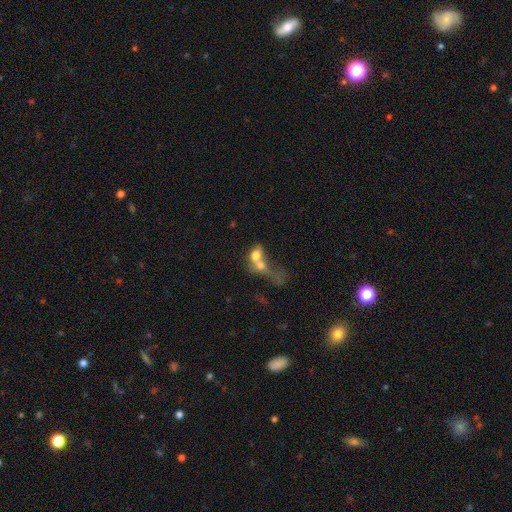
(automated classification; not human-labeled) smooth-or-featured: smooth: 64% | featured or disk: 25% | star or artifact: 11%
  how-rounded: in between: 58% | round: 38% | cigar-shaped: 4%
  merging: merger: 73% | major disturbance: 11% | none: 11% | minor disturbance: 5%